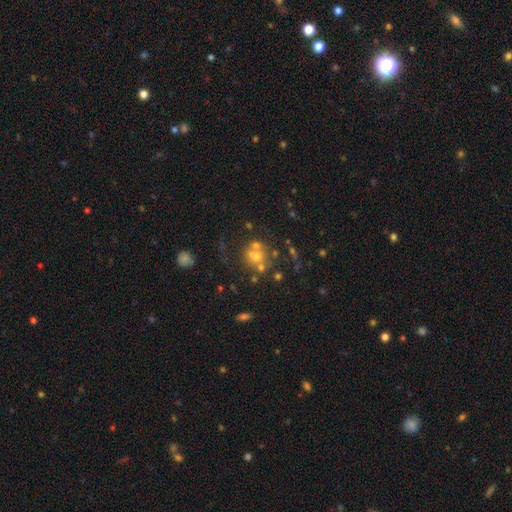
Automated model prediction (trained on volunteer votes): This is possibly a smooth galaxy (52%). How rounded: likely round (75%). Merging: possibly none (46%).